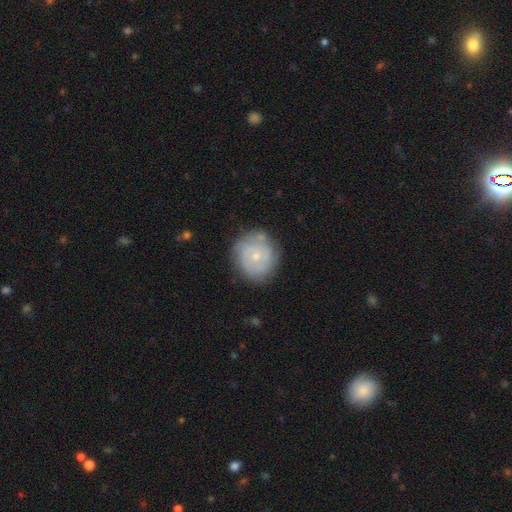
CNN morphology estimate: Overall: featured or disk (56%; smooth 38%). Edge-on disk: no (98%). Bar: no (81%). Spiral arms: yes (70%). Bulge size: small (67%; moderate 28%). Merging: none (76%).